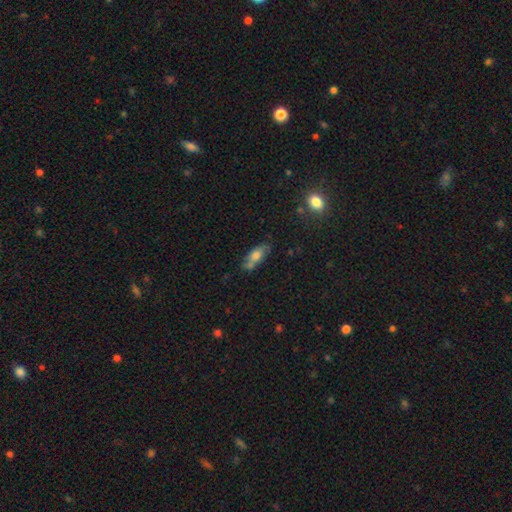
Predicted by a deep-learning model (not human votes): Smooth or featured: smooth — 61% (featured or disk — 30%)
How rounded: in between — 71% (cigar-shaped — 24%)
Merging: none — 56% (minor disturbance — 22%)